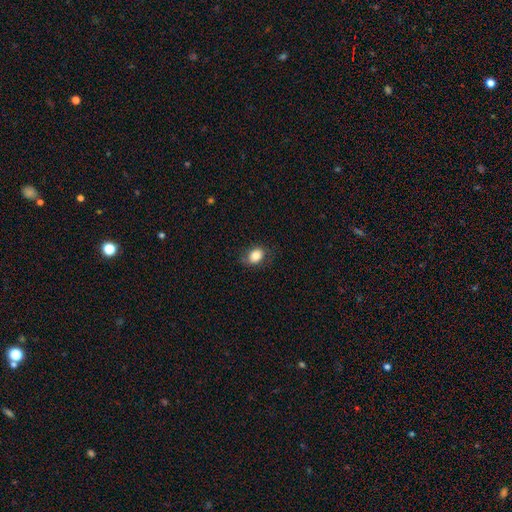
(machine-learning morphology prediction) smooth-or-featured: smooth: 82% | featured or disk: 9% | star or artifact: 8%
  how-rounded: in between: 68% | round: 31% | cigar-shaped: 1%
  merging: none: 75% | minor disturbance: 18% | major disturbance: 6% | merger: 1%